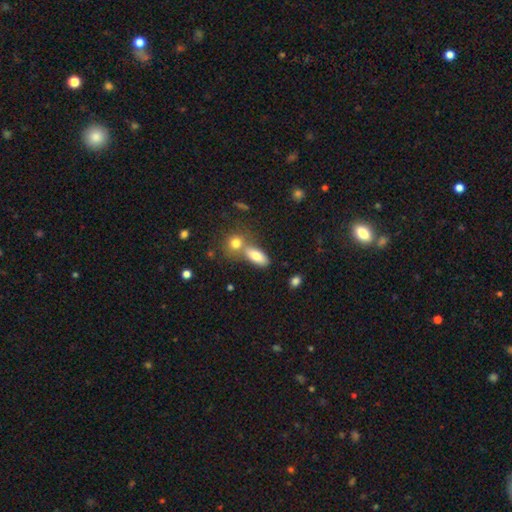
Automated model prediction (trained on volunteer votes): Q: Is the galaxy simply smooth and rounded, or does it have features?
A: smooth — 79%.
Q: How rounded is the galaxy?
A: in between — 80%.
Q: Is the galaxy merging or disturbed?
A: none — 45%.